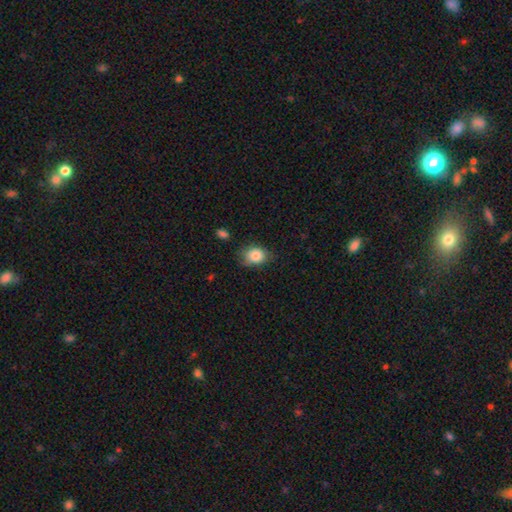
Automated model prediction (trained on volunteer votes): Morphology: type=smooth (84%); roundness=in between (54%); merging=none (68%).